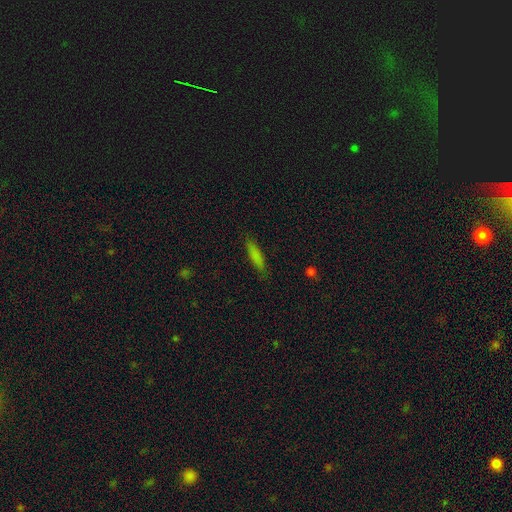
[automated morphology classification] The model was most divided on "how rounded": cigar-shaped: 76%, in between: 22%, round: 2%. More confident: merging — none (85%); smooth or featured — smooth (80%).